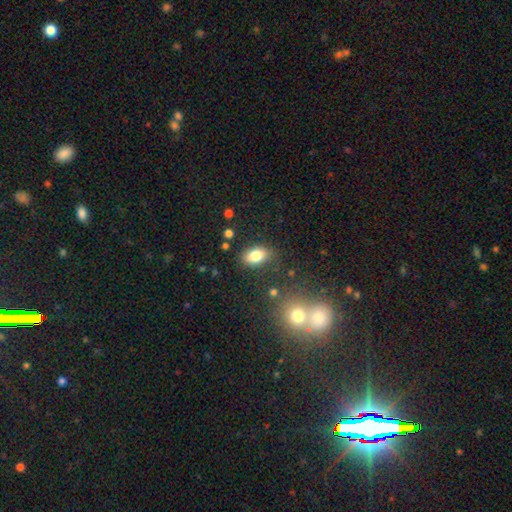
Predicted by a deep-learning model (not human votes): The model was most divided on "merging": none: 79%, minor disturbance: 14%, major disturbance: 4%, merger: 3%. More confident: how rounded — in between (88%); smooth or featured — smooth (82%).